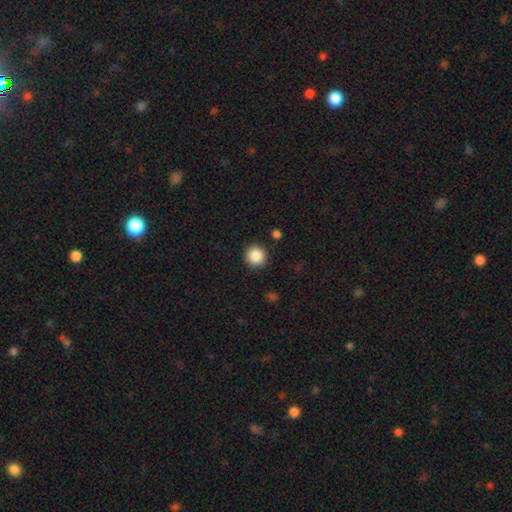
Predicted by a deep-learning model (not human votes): Q: Smooth or featured?
A: smooth (87%); runner-up: star or artifact (9%)
Q: How rounded?
A: round (94%); runner-up: in between (5%)
Q: Merging?
A: none (90%); runner-up: minor disturbance (6%)